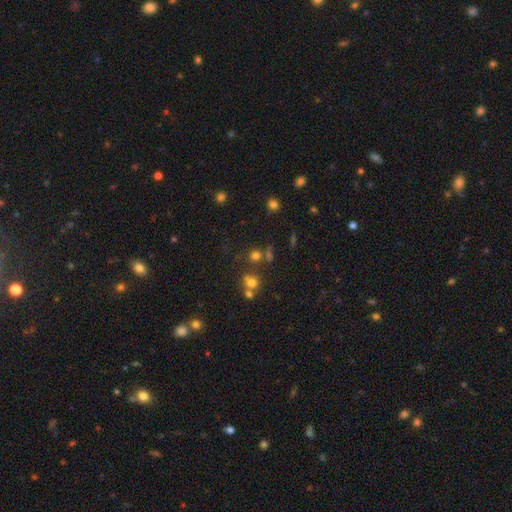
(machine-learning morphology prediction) Overall: smooth (64%; star or artifact 26%). How rounded: round (85%). Merging: none (63%; merger 24%).